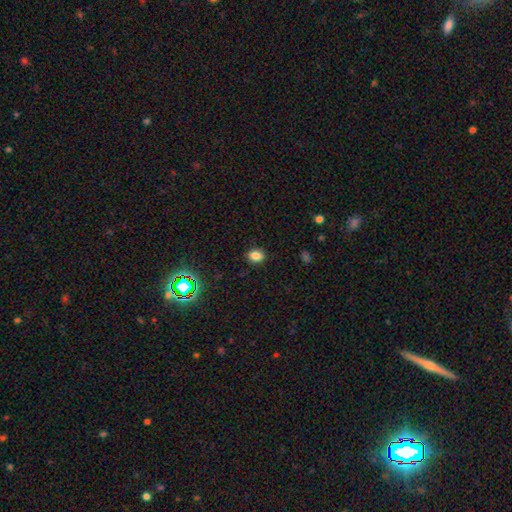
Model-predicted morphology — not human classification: Smooth or featured?
  - smooth: 80% *
  - star or artifact: 14%
  - featured or disk: 6%
How rounded?
  - in between: 59% *
  - round: 40%
  - cigar-shaped: 1%
Merging?
  - none: 89% *
  - minor disturbance: 8%
  - major disturbance: 2%
  - merger: 1%